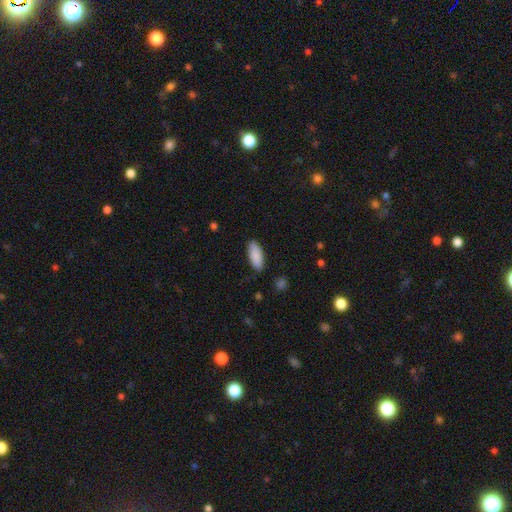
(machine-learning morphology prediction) smooth_or_featured: smooth (p=0.89) [alt: star or artifact p=0.06]
how_rounded: in between (p=0.82) [alt: cigar-shaped p=0.16]
merging: none (p=0.85) [alt: minor disturbance p=0.12]